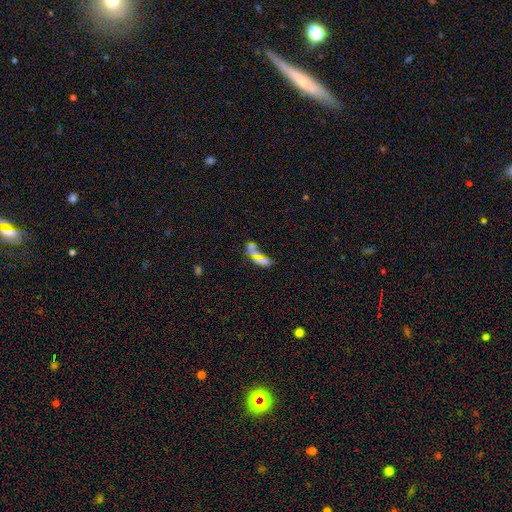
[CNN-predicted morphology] Overall: smooth (49%; star or artifact 37%). Merging: none (55%; merger 21%).